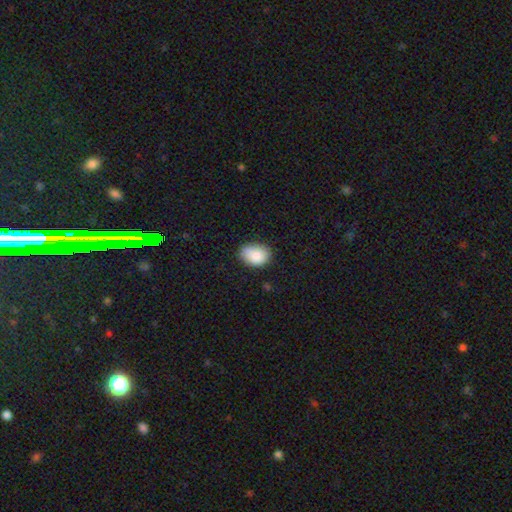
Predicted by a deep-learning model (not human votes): The model was most divided on "merging": none: 71%, minor disturbance: 24%, major disturbance: 4%, merger: 2%. More confident: smooth or featured — smooth (87%); how rounded — in between (73%).